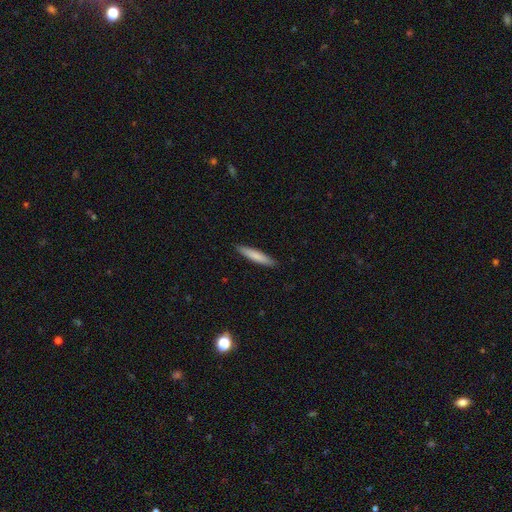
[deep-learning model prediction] Morphology: type=smooth (78%); roundness=cigar-shaped (90%); merging=none (91%).